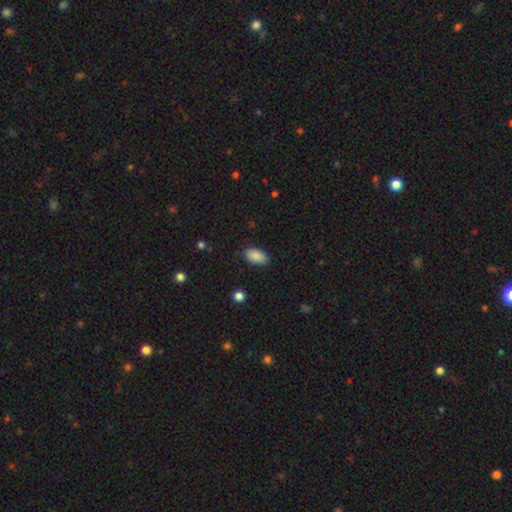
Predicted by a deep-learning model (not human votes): A smooth galaxy with no disk features (89%) that is in between round and cigar-shaped (94%). Merging: none (84%).